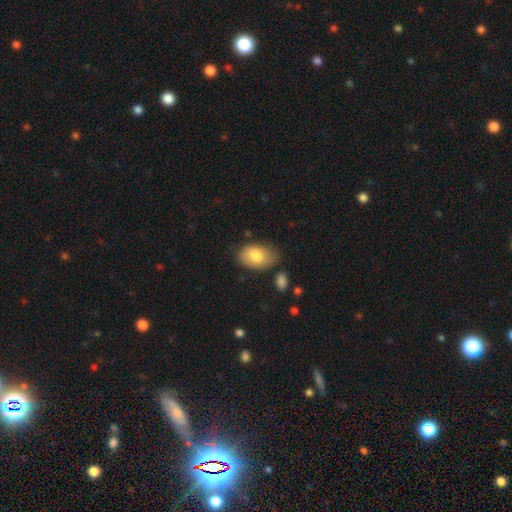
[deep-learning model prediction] Smooth or featured?
  - smooth: 78% *
  - featured or disk: 15%
  - star or artifact: 6%
How rounded?
  - in between: 88% *
  - round: 10%
  - cigar-shaped: 1%
Merging?
  - none: 64% *
  - minor disturbance: 25%
  - major disturbance: 7%
  - merger: 4%